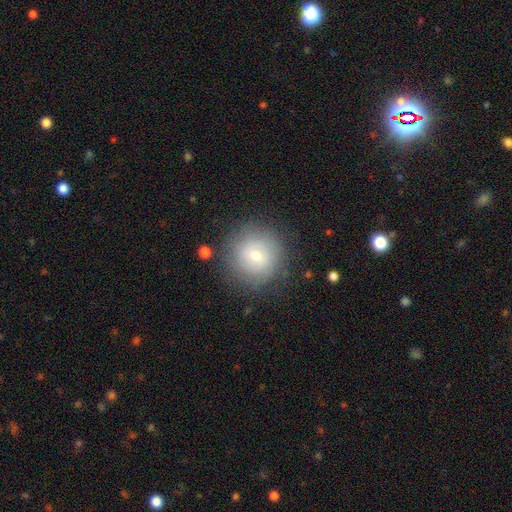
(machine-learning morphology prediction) type=smooth (66%); roundness=round (95%); merging=none (82%).